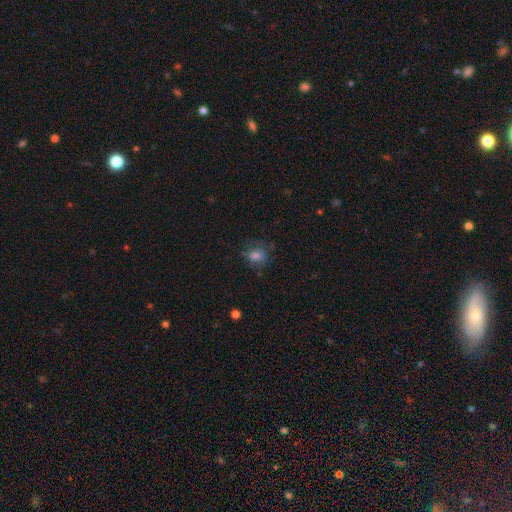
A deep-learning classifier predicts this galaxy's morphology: Smooth or featured? smooth (75%)
How rounded? round (71%)
Merging? none (69%)